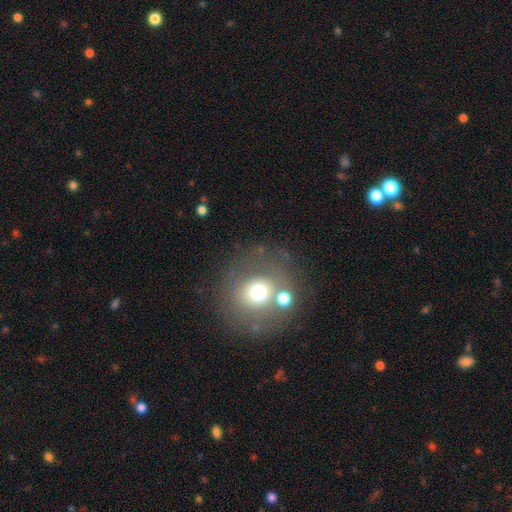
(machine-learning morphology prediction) type=smooth (54%); roundness=round (86%); merging=none (70%).